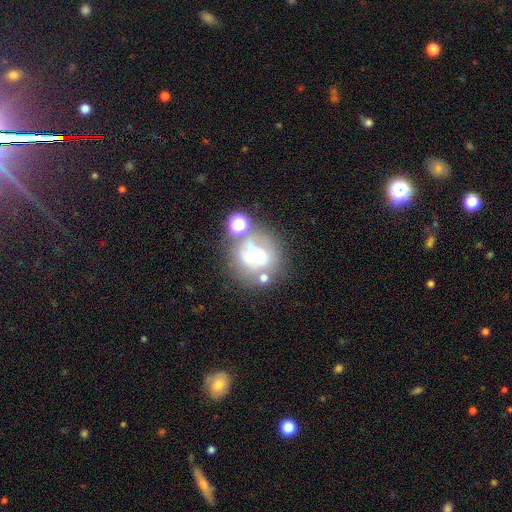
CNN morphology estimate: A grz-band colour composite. It shows a featured or disk galaxy (46%). Merging: none (40%).